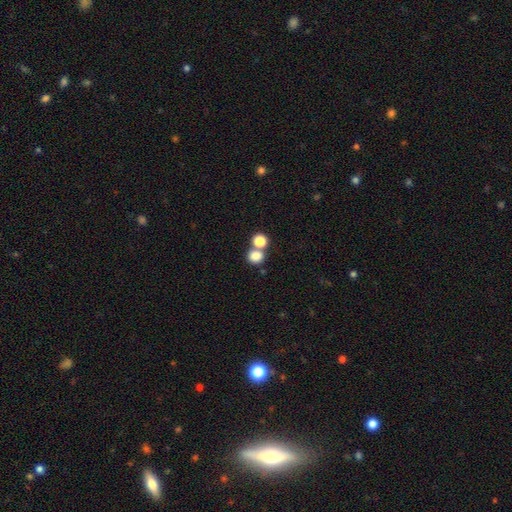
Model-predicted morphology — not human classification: Overall: smooth (81%). How rounded: round (74%). Merging: none (50%; merger 40%).